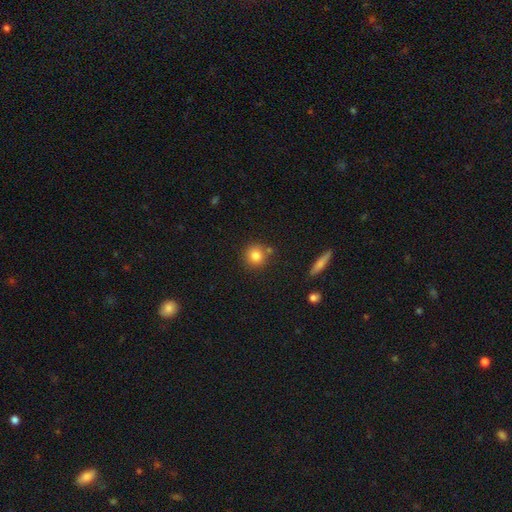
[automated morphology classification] A smooth galaxy with no disk features (82%) that is round (91%). Merging: none (78%).